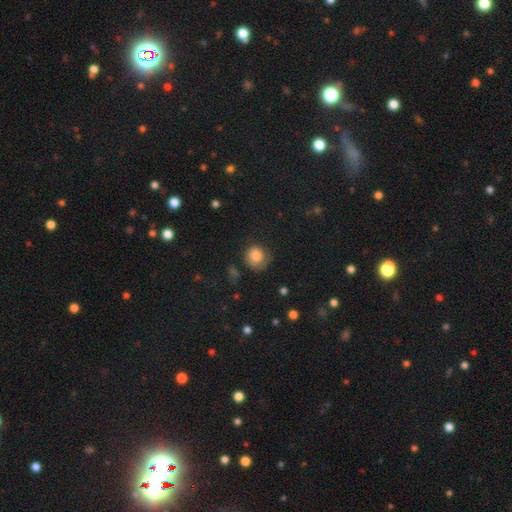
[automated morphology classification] type=smooth (81%); roundness=round (82%); merging=none (60%).